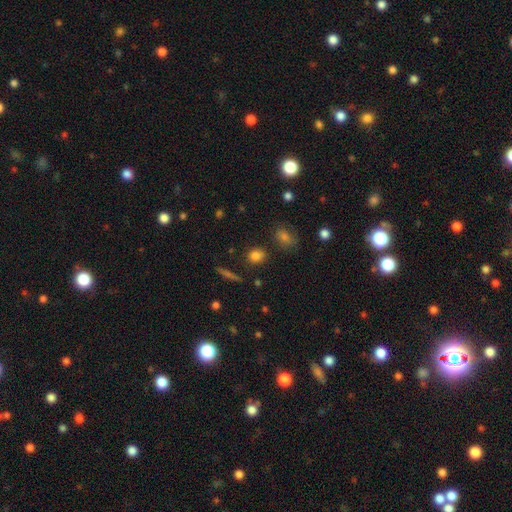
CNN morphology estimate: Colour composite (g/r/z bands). It shows a smooth galaxy with no disk features (81%) that is round (70%). Merging: none (85%).